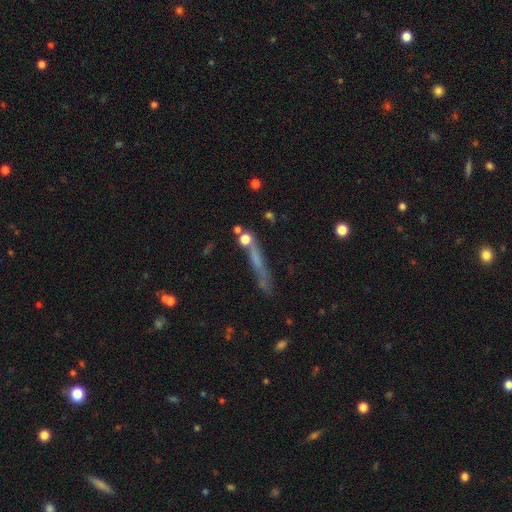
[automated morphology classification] Smooth or featured?
  - smooth: 47% *
  - featured or disk: 38%
  - star or artifact: 15%
Merging?
  - none: 67% *
  - minor disturbance: 17%
  - major disturbance: 8%
  - merger: 8%